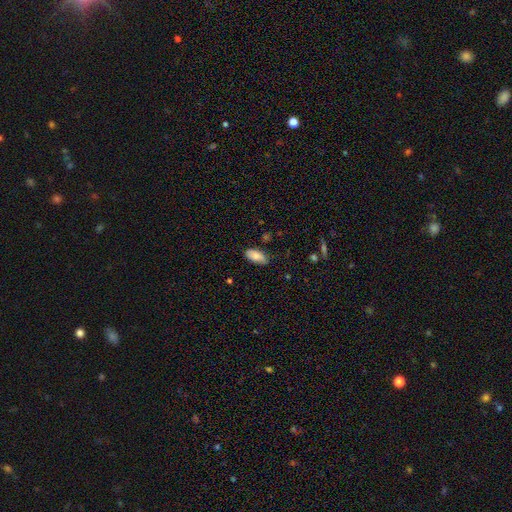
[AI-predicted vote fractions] Smooth or featured? smooth (82%)
How rounded? in between (92%)
Merging? none (77%)